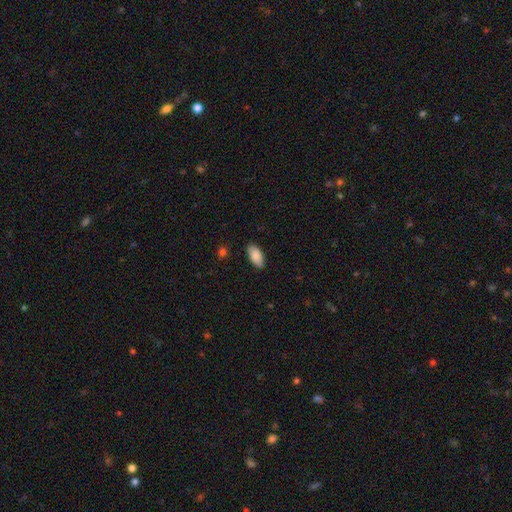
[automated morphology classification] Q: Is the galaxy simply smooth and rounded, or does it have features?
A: smooth — 88%.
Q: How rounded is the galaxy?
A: in between — 93%.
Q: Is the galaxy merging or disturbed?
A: none — 87%.